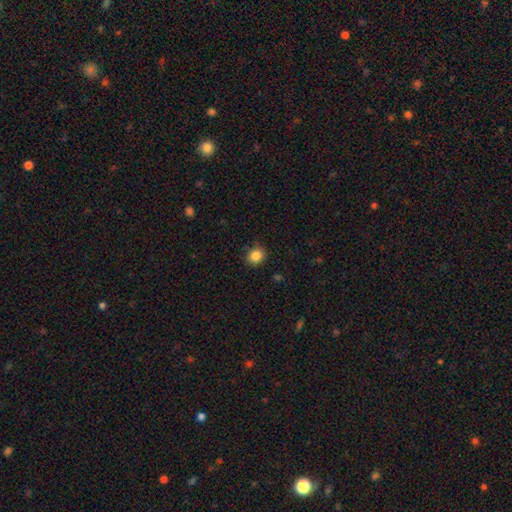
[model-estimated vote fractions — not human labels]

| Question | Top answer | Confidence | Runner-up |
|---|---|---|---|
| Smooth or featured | smooth | 86% | star or artifact (10%) |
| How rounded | round | 76% | in between (23%) |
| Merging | none | 86% | minor disturbance (11%) |